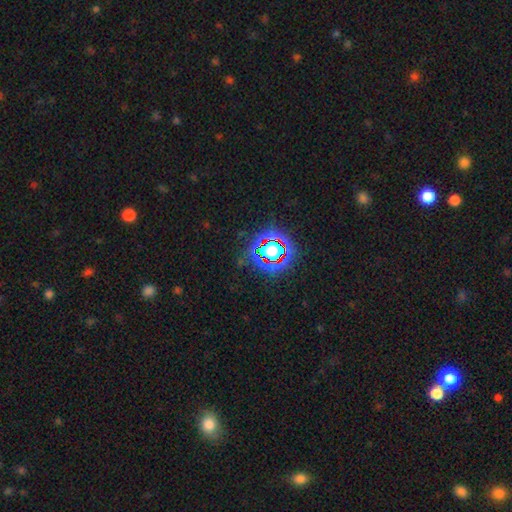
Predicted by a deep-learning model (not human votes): star or artifact 79%, smooth 13%, featured or disk 8%.